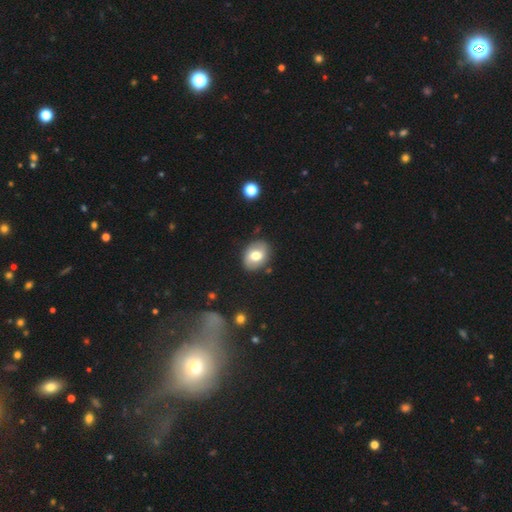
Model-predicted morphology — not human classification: smooth_or_featured: smooth (p=0.69) [alt: featured or disk p=0.24]
how_rounded: in between (p=0.69) [alt: round p=0.30]
merging: none (p=0.85) [alt: minor disturbance p=0.11]